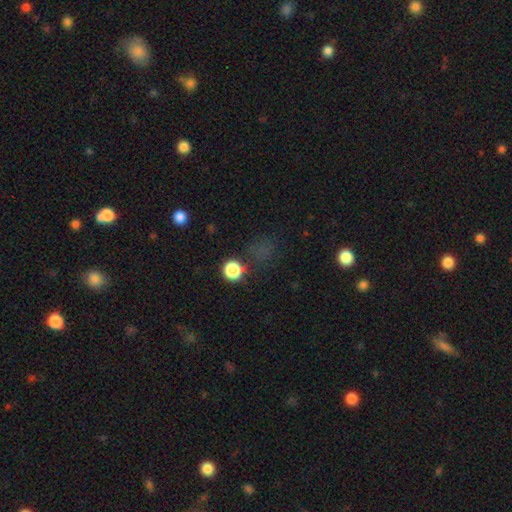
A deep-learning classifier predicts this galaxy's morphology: smooth-or-featured: star or artifact: 52% | smooth: 35% | featured or disk: 13%